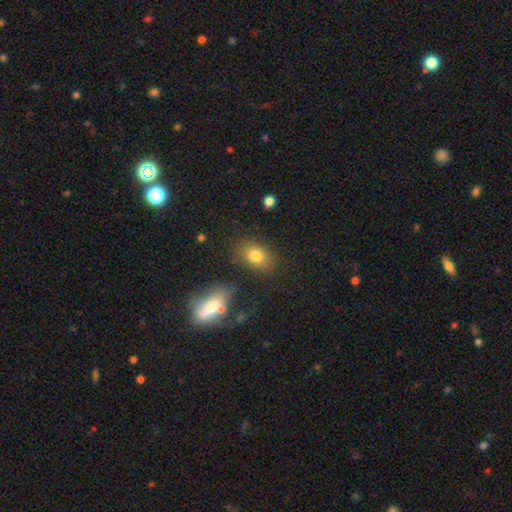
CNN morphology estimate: A smooth galaxy with no disk features (79%) that is in between round and cigar-shaped (73%).

Vote fractions:
- Smooth or featured? smooth: 79% / star or artifact: 11% / featured or disk: 10%
- How rounded? in between: 73% / round: 25% / cigar-shaped: 2%
- Merging? none: 77% / minor disturbance: 13% / major disturbance: 5% / merger: 5%